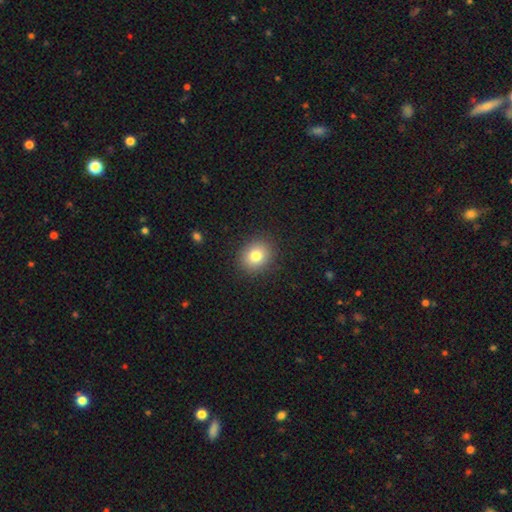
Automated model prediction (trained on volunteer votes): Smooth or featured? smooth (80%)
How rounded? round (66%)
Merging? none (90%)